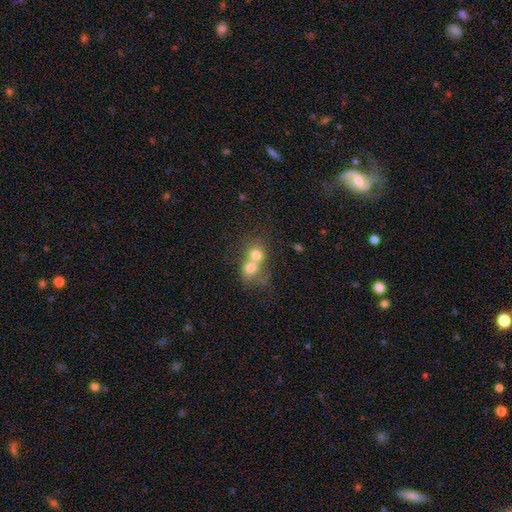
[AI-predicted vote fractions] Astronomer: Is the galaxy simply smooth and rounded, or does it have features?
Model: smooth — 70%.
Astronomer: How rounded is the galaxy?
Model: round — 74%.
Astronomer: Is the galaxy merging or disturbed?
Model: merger — 72%.